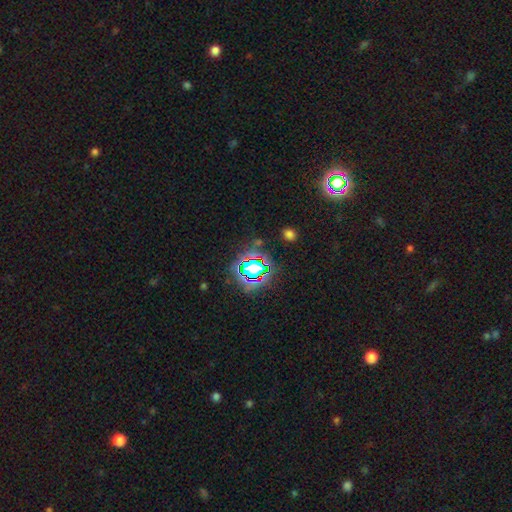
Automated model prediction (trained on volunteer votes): A star or artifact, not a galaxy (80%).

Vote fractions:
- Smooth or featured? star or artifact: 80% / smooth: 12% / featured or disk: 8%